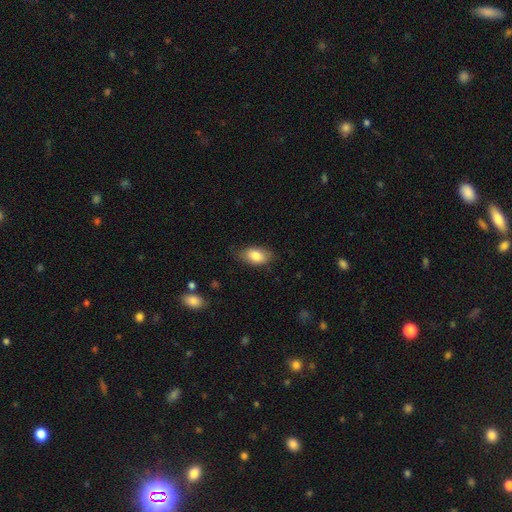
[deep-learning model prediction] This appears to be a smooth galaxy with no disk features (84%) that is in between round and cigar-shaped (91%). Merging: none (76%).